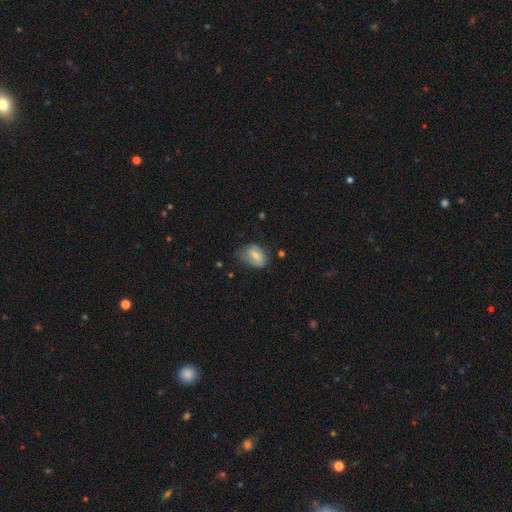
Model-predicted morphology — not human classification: type=smooth (59%); roundness=in between (80%); merging=none (49%).